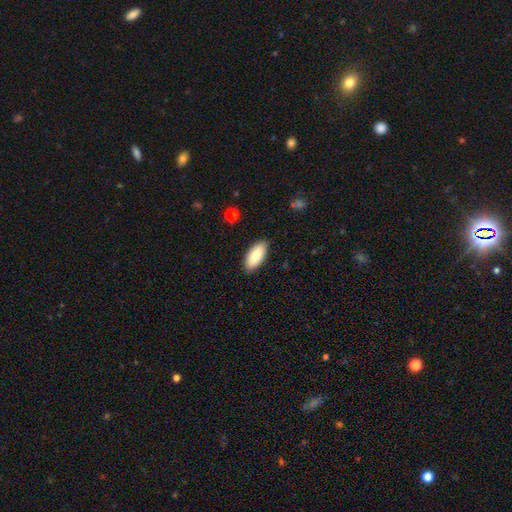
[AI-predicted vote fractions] Morphology: type=smooth (84%); roundness=in between (86%); merging=none (88%).